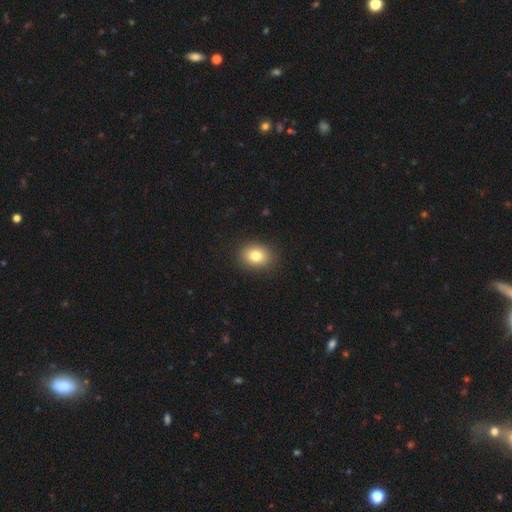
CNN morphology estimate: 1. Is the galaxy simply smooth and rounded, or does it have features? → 80% smooth, 11% star or artifact, 9% featured or disk.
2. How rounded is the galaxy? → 51% in between, 48% round, 1% cigar-shaped.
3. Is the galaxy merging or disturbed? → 89% none, 7% minor disturbance, 2% major disturbance, 1% merger.